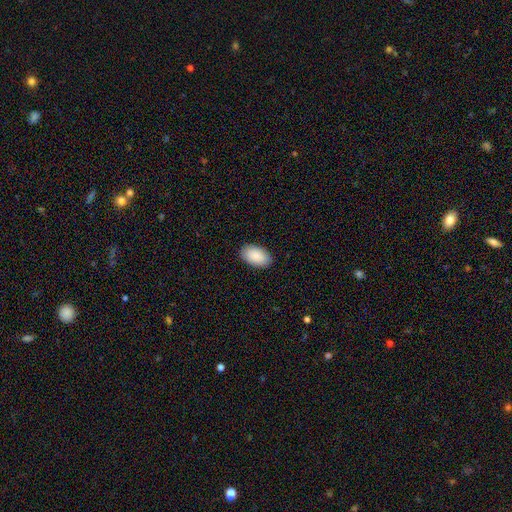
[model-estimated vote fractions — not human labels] Smooth or featured? smooth (90%)
How rounded? in between (95%)
Merging? none (89%)